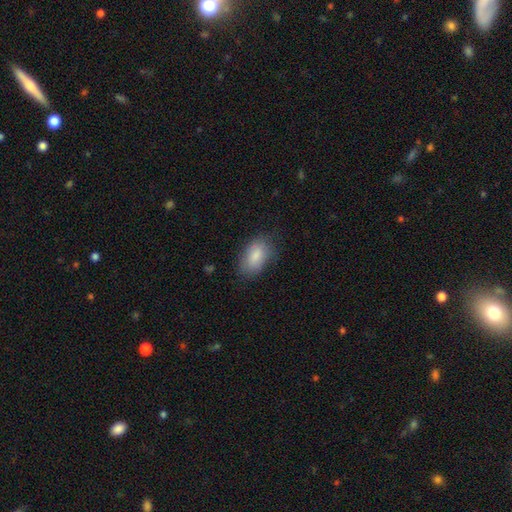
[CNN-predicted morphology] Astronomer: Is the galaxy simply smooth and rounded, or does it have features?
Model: smooth — 85%.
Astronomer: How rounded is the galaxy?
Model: in between — 92%.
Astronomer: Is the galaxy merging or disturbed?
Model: none — 74%.